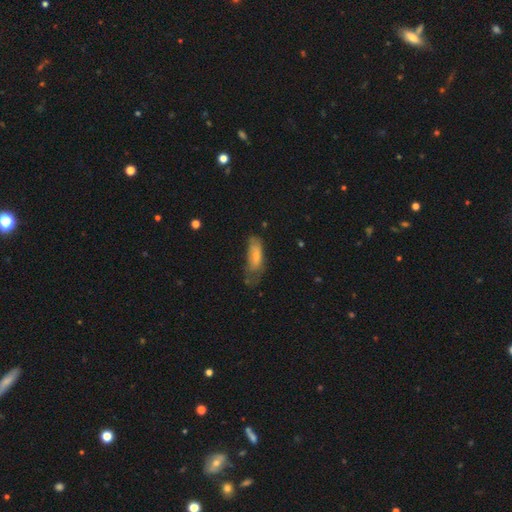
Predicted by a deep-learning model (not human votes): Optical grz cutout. It shows a smooth galaxy with no disk features (67%) that is in between round and cigar-shaped (70%). Merging: minor disturbance (34%).